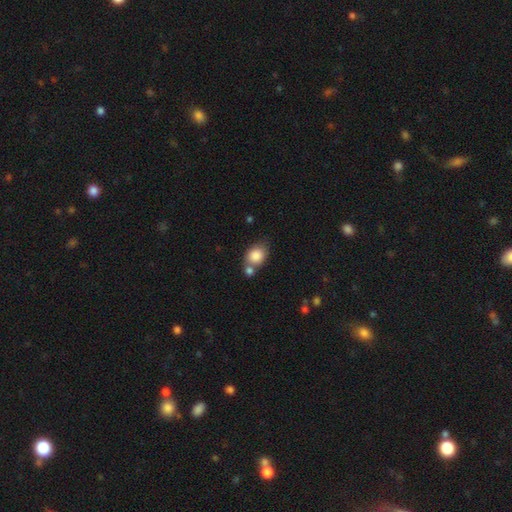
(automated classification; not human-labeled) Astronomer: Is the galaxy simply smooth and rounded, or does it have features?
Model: smooth — 85%.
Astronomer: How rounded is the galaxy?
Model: in between — 52% (runner-up: round, 47%).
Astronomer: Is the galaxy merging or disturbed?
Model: none — 47% (runner-up: merger, 35%).